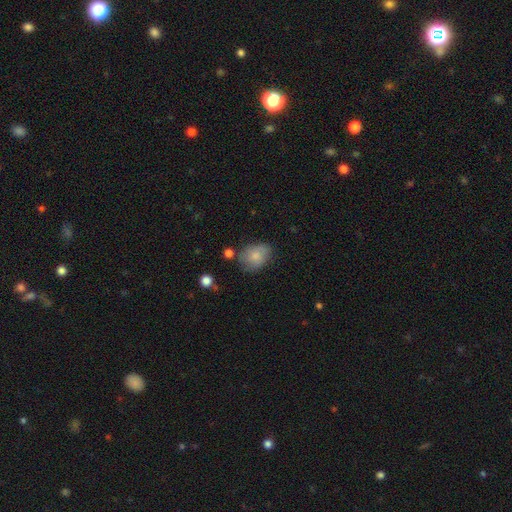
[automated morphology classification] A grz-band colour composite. It shows a smooth galaxy with no disk features (72%) that is in between round and cigar-shaped (67%). Merging: none (58%).